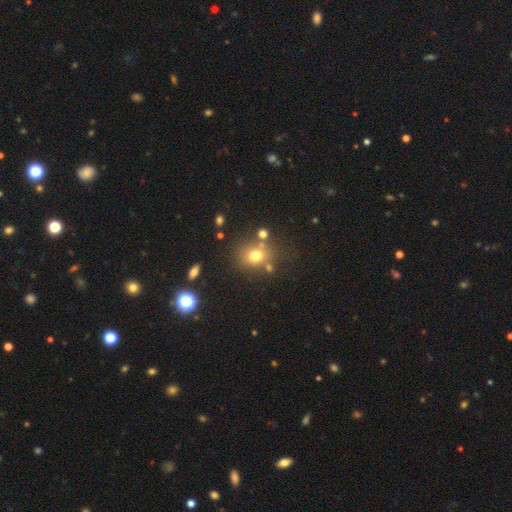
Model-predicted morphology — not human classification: smooth 71%, star or artifact 16%, featured or disk 13%. Down the decision tree: how rounded — round (69%); merging — none (68%).